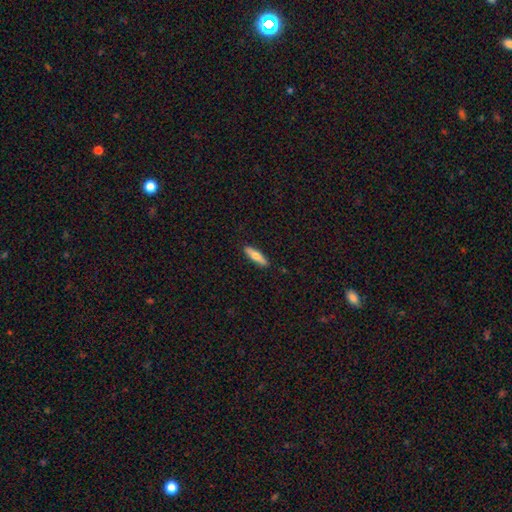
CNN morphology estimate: Smooth or featured?
  - smooth: 64% *
  - featured or disk: 30%
  - star or artifact: 6%
How rounded?
  - cigar-shaped: 65% *
  - in between: 32%
  - round: 2%
Merging?
  - none: 89% *
  - minor disturbance: 8%
  - major disturbance: 2%
  - merger: 1%